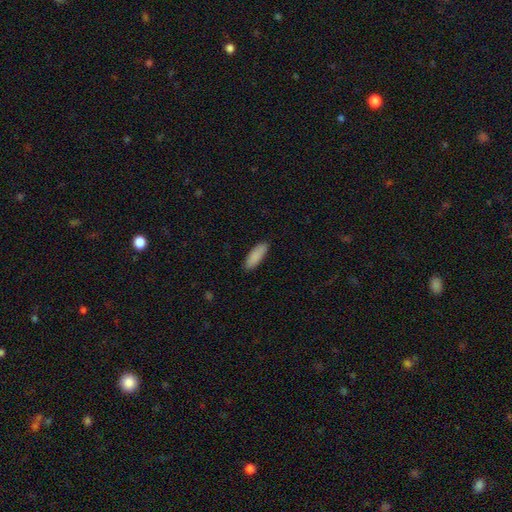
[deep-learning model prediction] smooth 89%, star or artifact 6%, featured or disk 5%. Down the decision tree: how rounded — in between (61%); merging — none (88%).